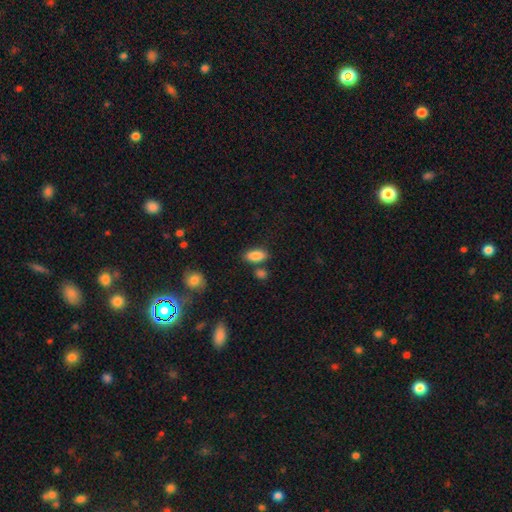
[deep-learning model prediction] Morphology: type=smooth (86%); roundness=in between (89%); merging=none (76%).